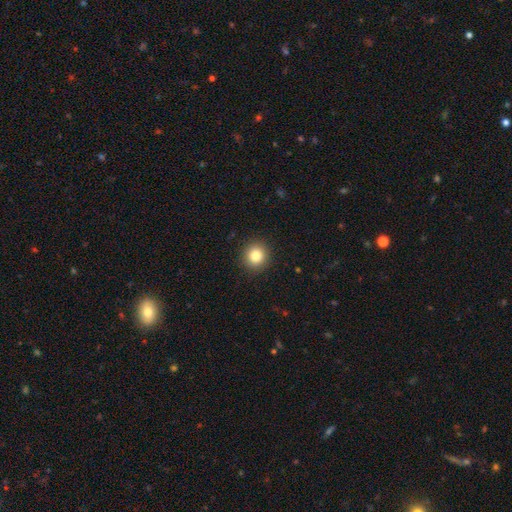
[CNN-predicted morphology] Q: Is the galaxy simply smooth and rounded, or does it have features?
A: smooth — 83%.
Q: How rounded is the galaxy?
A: round — 90%.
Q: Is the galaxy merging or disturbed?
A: none — 92%.